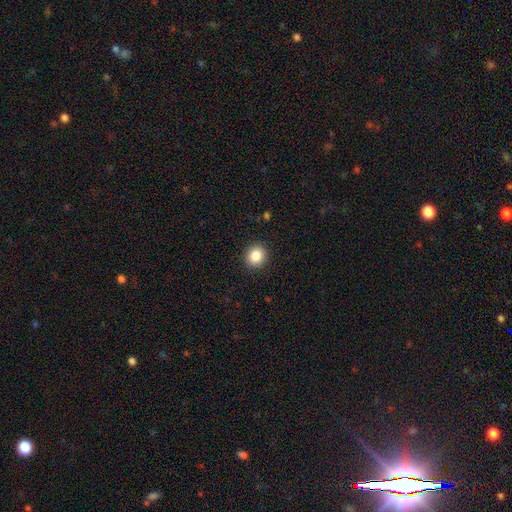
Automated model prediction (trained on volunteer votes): This appears to be a smooth galaxy with no disk features (86%) that is round (77%). Merging: none (91%).